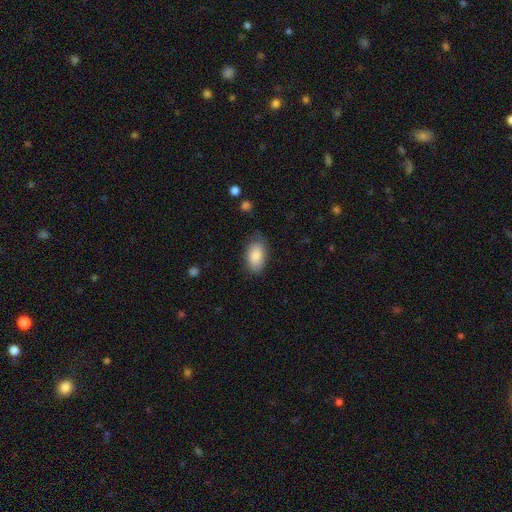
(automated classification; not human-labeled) This appears to be a smooth galaxy with no disk features (84%) that is in between round and cigar-shaped (93%). Merging: none (74%).